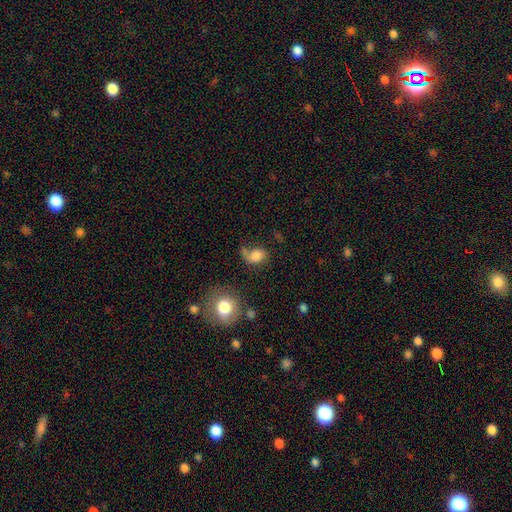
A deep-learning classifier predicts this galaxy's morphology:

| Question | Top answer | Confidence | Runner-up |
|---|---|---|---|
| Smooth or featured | smooth | 71% | featured or disk (17%) |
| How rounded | in between | 61% | round (37%) |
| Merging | none | 38% | major disturbance (22%) |